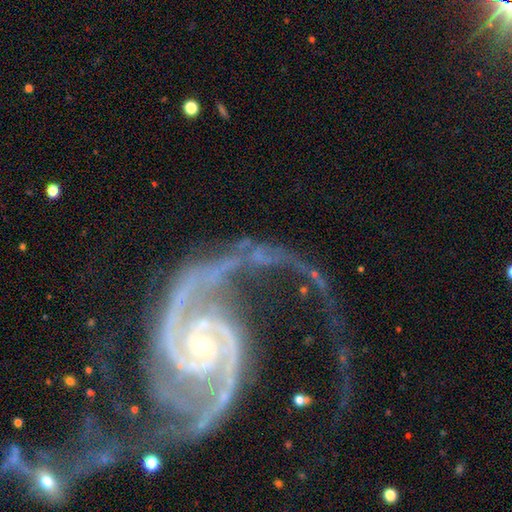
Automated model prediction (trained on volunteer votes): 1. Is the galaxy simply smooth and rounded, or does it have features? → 94% featured or disk, 4% star or artifact, 2% smooth.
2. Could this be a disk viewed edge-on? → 98% no, 2% yes.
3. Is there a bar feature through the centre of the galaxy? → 55% no, 29% weak, 16% strong.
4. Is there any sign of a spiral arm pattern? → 99% yes, 1% no.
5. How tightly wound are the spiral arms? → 53% medium, 29% tight, 18% loose.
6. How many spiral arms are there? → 84% 2, 4% 3, 3% can't tell, 3% 1, 3% 4, 3% more than 4.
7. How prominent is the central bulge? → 75% small, 21% moderate, 1% large, 1% none, 1% dominant.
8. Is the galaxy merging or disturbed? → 40% none, 34% major disturbance, 18% minor disturbance, 8% merger.